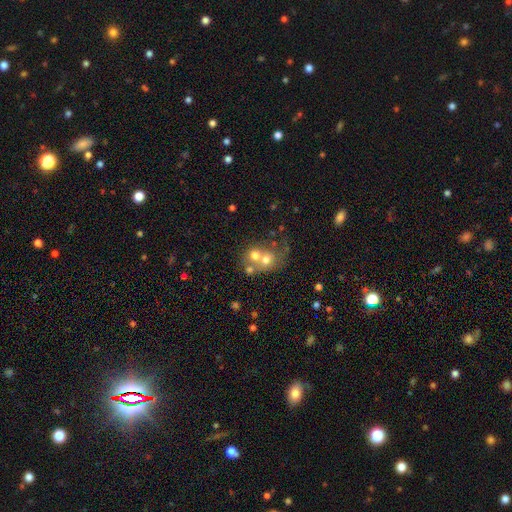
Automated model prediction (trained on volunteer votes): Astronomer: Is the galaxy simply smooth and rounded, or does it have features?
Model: smooth — 60%.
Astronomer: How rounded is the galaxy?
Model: round — 71%.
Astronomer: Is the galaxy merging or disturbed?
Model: merger — 58%.